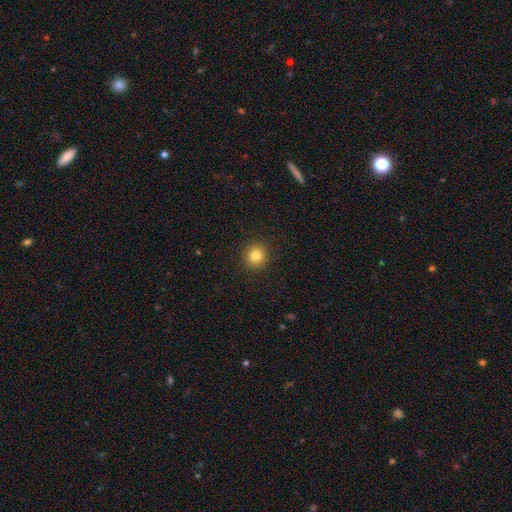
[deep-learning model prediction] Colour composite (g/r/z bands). It shows a smooth galaxy with no disk features (82%) that is round (93%). Merging: none (92%).